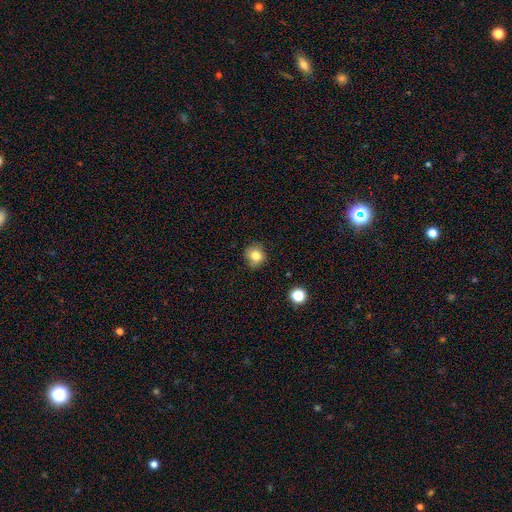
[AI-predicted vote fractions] Smooth or featured: smooth — 82% (star or artifact — 12%)
How rounded: round — 84% (in between — 15%)
Merging: none — 77% (minor disturbance — 17%)